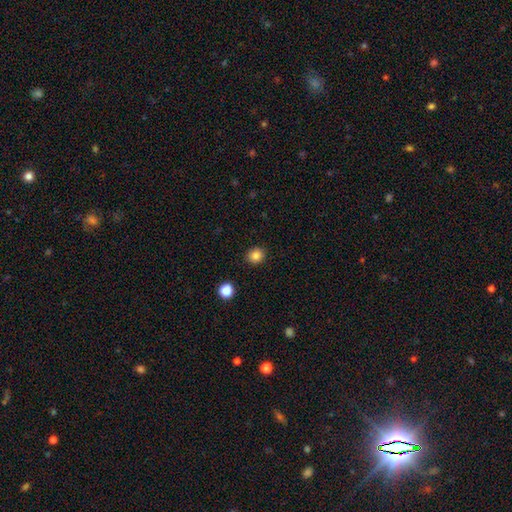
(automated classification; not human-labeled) Smooth or featured: smooth — 84% (star or artifact — 11%)
How rounded: round — 85% (in between — 14%)
Merging: none — 91% (minor disturbance — 6%)